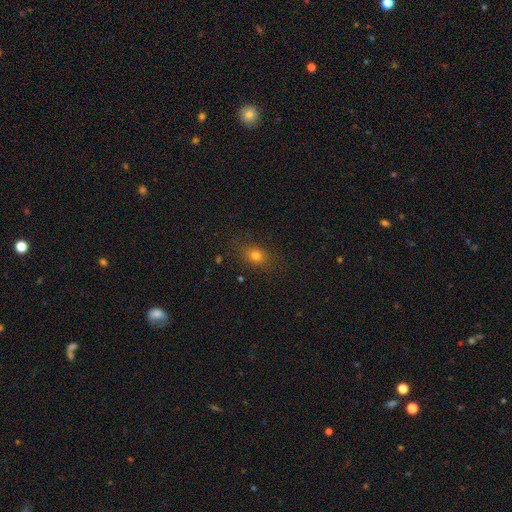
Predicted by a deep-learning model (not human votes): A smooth galaxy with no disk features (75%) that is in between round and cigar-shaped (59%). Merging: none (82%).